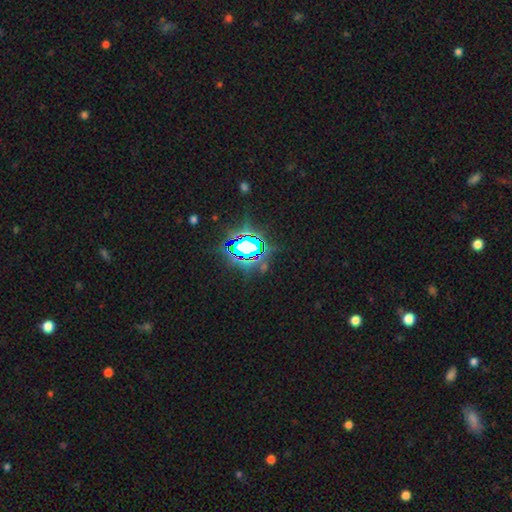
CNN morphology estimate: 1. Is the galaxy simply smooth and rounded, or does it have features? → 83% star or artifact, 10% smooth, 6% featured or disk.